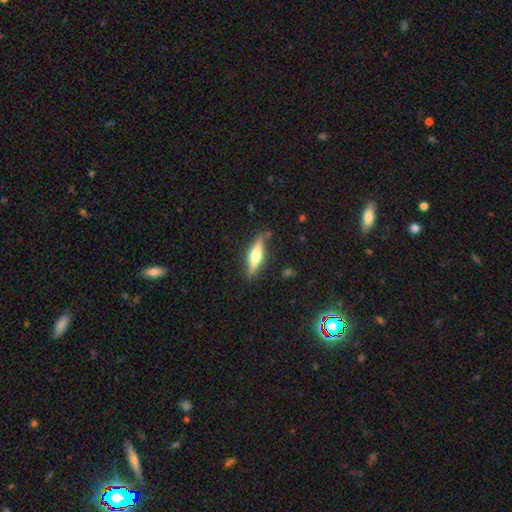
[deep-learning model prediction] featured or disk 57%, smooth 38%, star or artifact 6%. Down the decision tree: edge-on disk — yes (94%); edge-on bulge — rounded (92%); merging — none (84%).